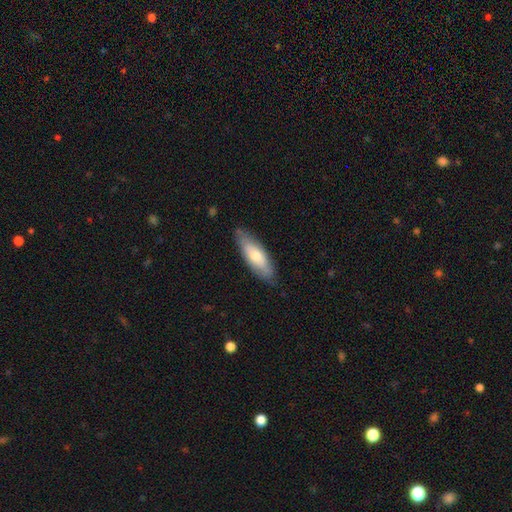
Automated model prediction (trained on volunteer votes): This appears to be a smooth galaxy with no disk features (64%) that is in between round and cigar-shaped (61%). Merging: none (78%).